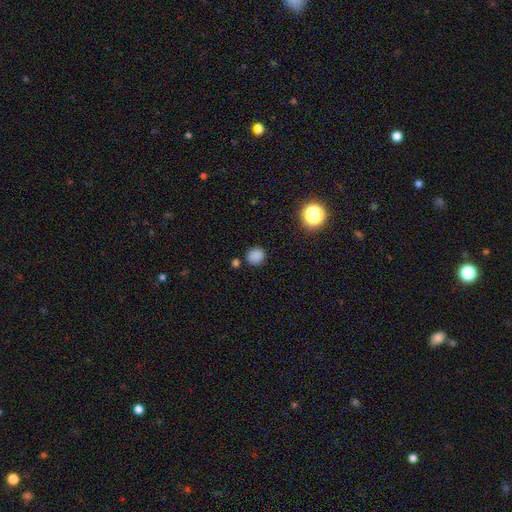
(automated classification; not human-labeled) Smooth or featured: smooth — 82% (star or artifact — 14%)
How rounded: round — 83% (in between — 16%)
Merging: none — 82% (minor disturbance — 10%)